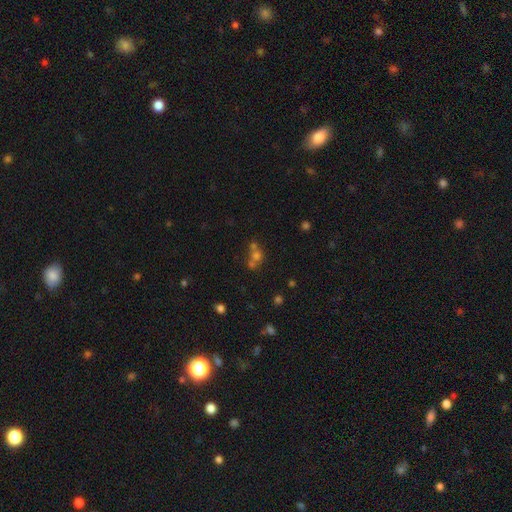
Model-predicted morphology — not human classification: smooth-or-featured: smooth: 49% | star or artifact: 33% | featured or disk: 18%
  merging: merger: 47% | none: 41% | minor disturbance: 8% | major disturbance: 5%